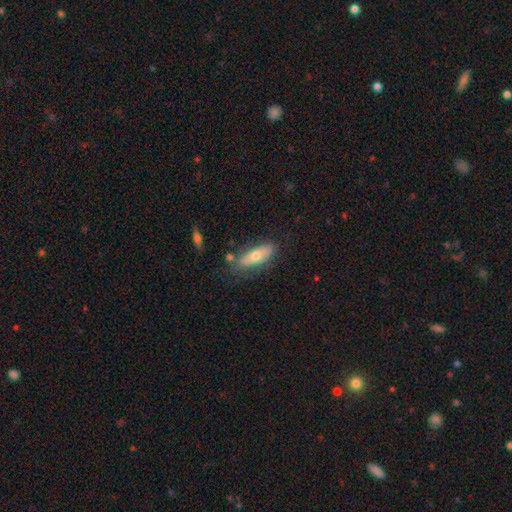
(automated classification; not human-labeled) A smooth galaxy with no disk features (57%) that is in between round and cigar-shaped (60%). Merging: none (69%).